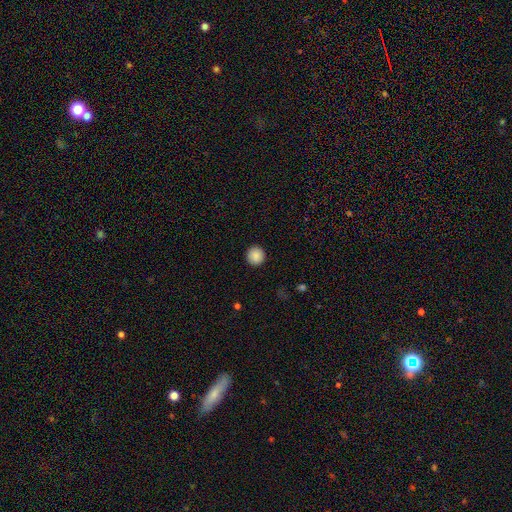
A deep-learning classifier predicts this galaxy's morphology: Smooth or featured?
  - smooth: 89% *
  - star or artifact: 8%
  - featured or disk: 3%
How rounded?
  - round: 95% *
  - in between: 4%
  - cigar-shaped: 1%
Merging?
  - none: 93% *
  - minor disturbance: 4%
  - major disturbance: 2%
  - merger: 1%